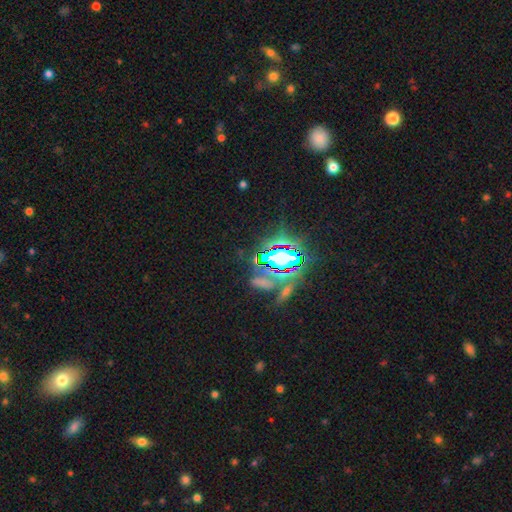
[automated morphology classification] The model was most divided on "smooth or featured": star or artifact: 82%, smooth: 10%, featured or disk: 8%.